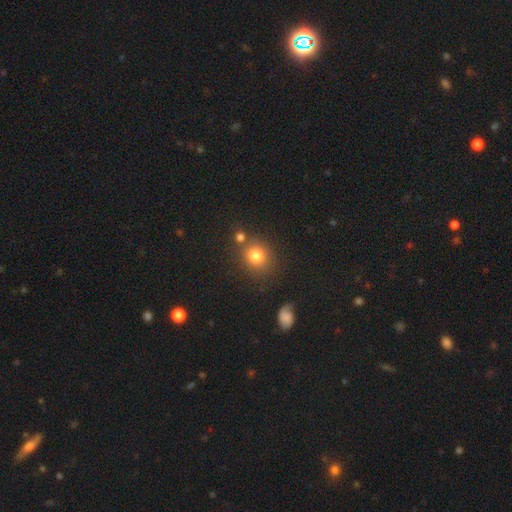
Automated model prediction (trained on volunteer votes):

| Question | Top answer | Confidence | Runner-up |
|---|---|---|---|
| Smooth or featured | smooth | 79% | star or artifact (13%) |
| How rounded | round | 80% | in between (19%) |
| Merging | none | 71% | merger (13%) |